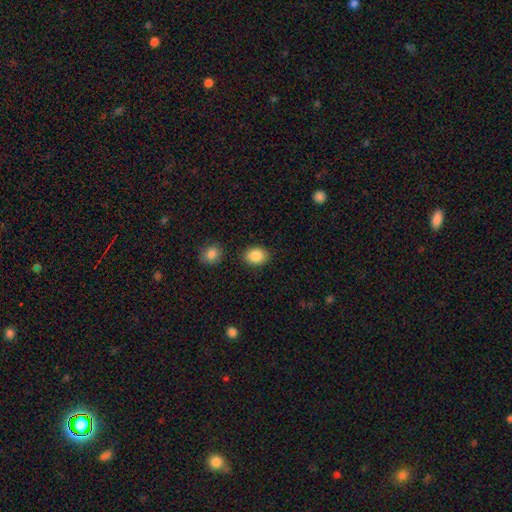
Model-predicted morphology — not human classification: Smooth or featured? Predicted: smooth (p=0.88). How rounded? Predicted: in between (p=0.63). Merging? Predicted: none (p=0.86).